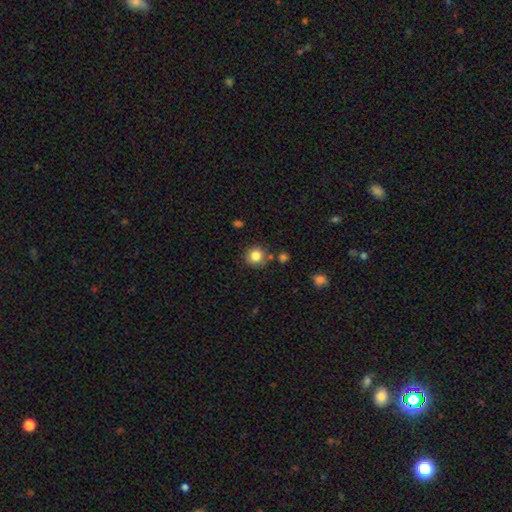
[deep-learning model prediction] smooth-or-featured: smooth: 83% | star or artifact: 11% | featured or disk: 6%
  how-rounded: round: 91% | in between: 8% | cigar-shaped: 1%
  merging: none: 81% | minor disturbance: 10% | merger: 7% | major disturbance: 3%